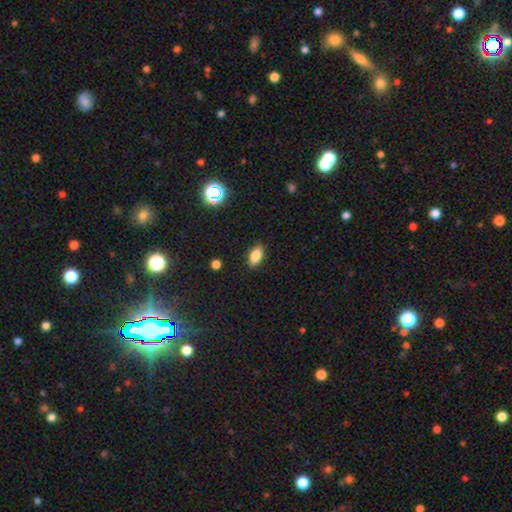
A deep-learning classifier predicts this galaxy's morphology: type=smooth (82%); roundness=in between (88%); merging=none (88%).